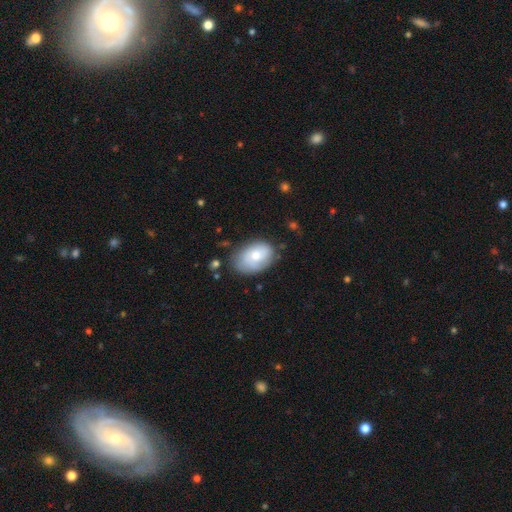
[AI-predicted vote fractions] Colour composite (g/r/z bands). It shows a smooth galaxy with no disk features (66%) that is in between round and cigar-shaped (84%). Merging: none (67%).